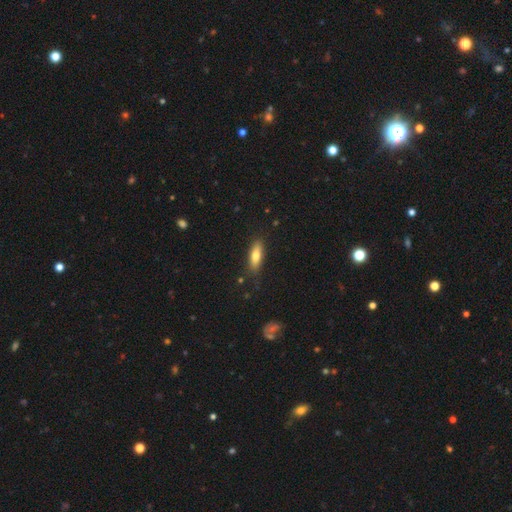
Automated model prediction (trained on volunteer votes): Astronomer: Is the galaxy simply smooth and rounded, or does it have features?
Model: smooth — 74%.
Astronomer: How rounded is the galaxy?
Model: in between — 56% (runner-up: cigar-shaped, 41%).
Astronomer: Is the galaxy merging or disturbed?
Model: none — 82%.